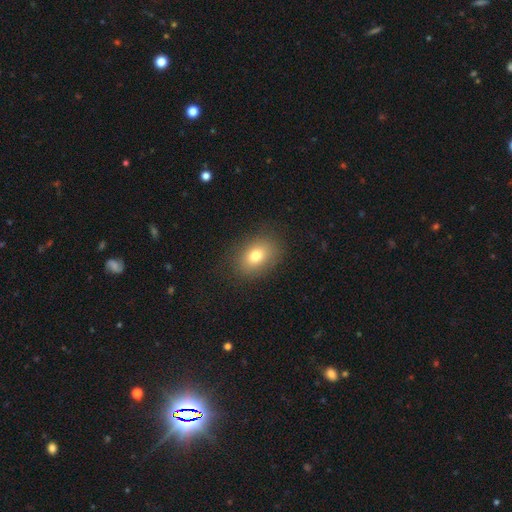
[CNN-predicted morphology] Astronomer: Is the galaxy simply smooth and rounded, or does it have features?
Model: smooth — 77%.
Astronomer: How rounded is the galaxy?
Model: in between — 70%.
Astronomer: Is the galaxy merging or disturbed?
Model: none — 85%.